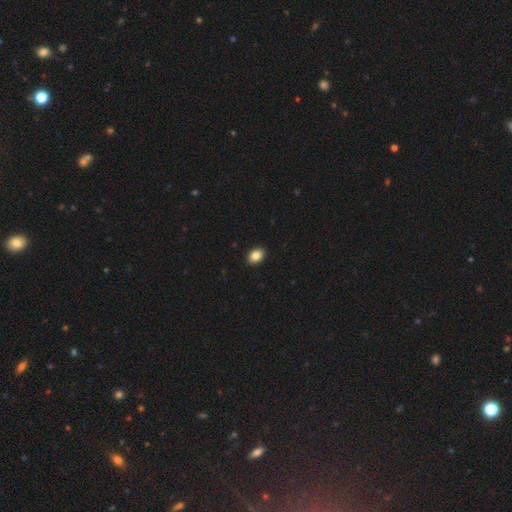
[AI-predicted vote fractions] This appears to be a smooth galaxy with no disk features (86%) that is in between round and cigar-shaped (79%). Merging: none (92%).